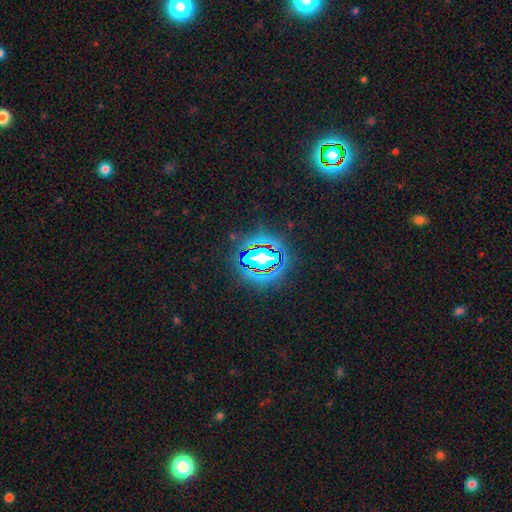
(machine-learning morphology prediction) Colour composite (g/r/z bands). It shows a star or artifact, not a galaxy (77%).